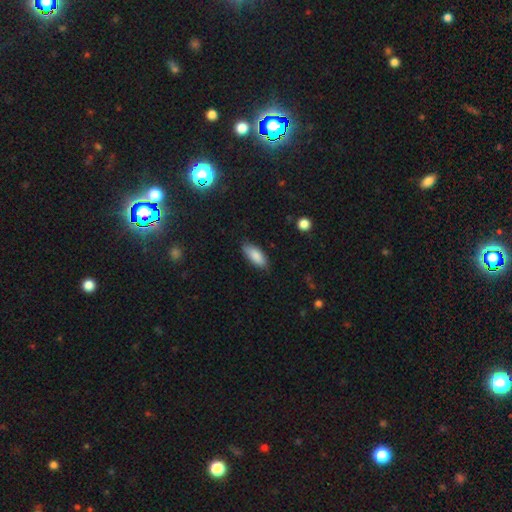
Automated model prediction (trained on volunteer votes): A smooth galaxy with no disk features (85%) that is in between round and cigar-shaped (81%). Merging: none (80%).